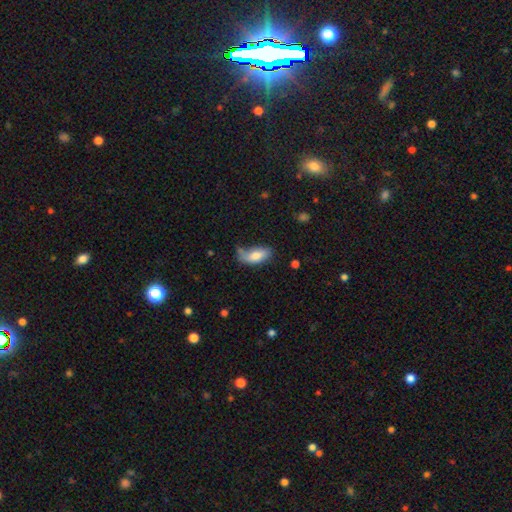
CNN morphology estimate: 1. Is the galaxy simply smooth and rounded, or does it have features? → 78% smooth, 15% featured or disk, 7% star or artifact.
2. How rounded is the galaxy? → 86% in between, 11% cigar-shaped, 3% round.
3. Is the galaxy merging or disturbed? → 42% none, 32% minor disturbance, 15% major disturbance, 10% merger.